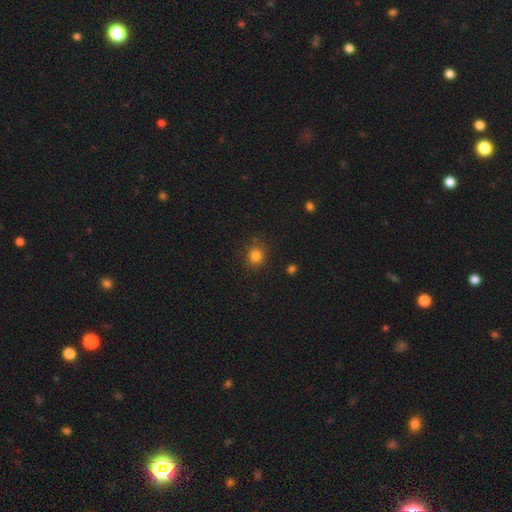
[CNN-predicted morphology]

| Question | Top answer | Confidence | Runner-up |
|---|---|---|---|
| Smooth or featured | smooth | 83% | star or artifact (13%) |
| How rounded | round | 87% | in between (13%) |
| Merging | none | 87% | minor disturbance (8%) |